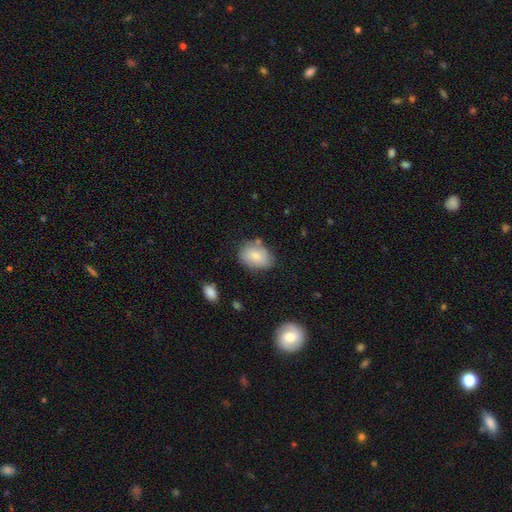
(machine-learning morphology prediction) Smooth or featured? Predicted: smooth (p=0.79). How rounded? Predicted: in between (p=0.70). Merging? Predicted: none (p=0.70).